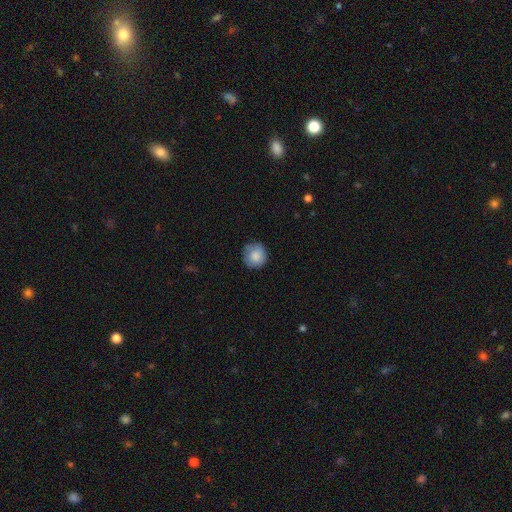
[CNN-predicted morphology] type=smooth (83%); roundness=round (93%); merging=none (81%).